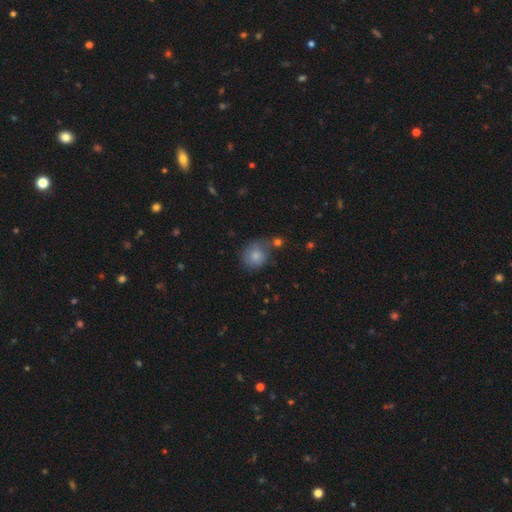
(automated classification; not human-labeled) Smooth or featured? smooth (80%)
How rounded? round (78%)
Merging? none (54%)